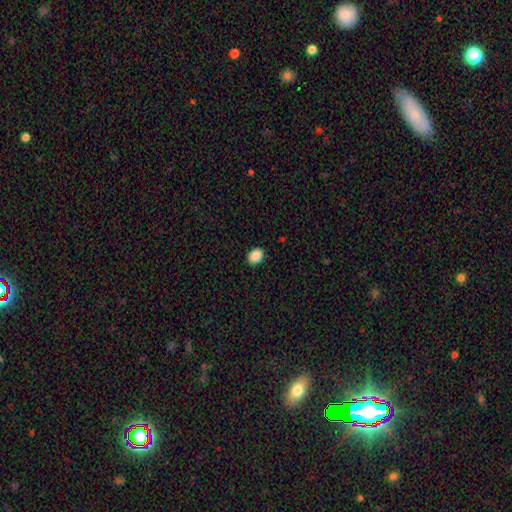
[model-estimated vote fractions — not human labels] smooth_or_featured: smooth (p=0.88) [alt: star or artifact p=0.09]
how_rounded: in between (p=0.53) [alt: round p=0.46]
merging: none (p=0.91) [alt: minor disturbance p=0.06]